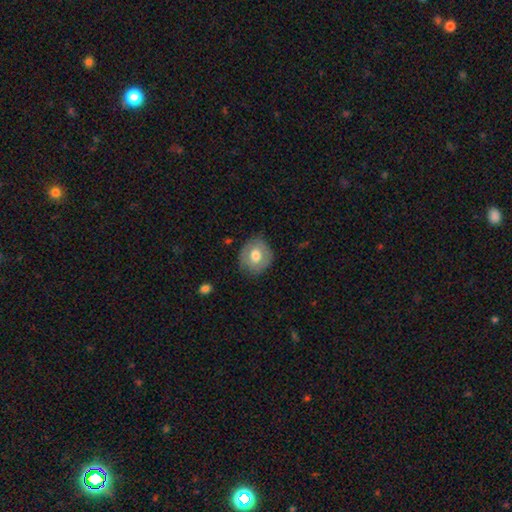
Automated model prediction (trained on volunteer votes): Q: Smooth or featured?
A: smooth (59%); runner-up: featured or disk (34%)
Q: How rounded?
A: round (75%); runner-up: in between (24%)
Q: Merging?
A: none (76%); runner-up: minor disturbance (18%)